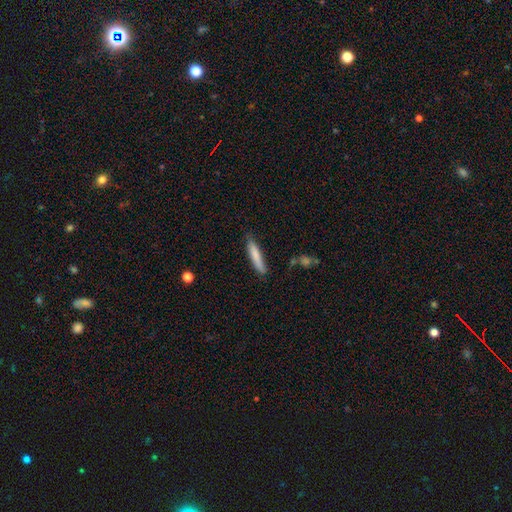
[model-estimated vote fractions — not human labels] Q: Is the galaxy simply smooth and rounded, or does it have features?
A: smooth — 79%.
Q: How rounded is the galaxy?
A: cigar-shaped — 89%.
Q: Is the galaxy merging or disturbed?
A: none — 77%.